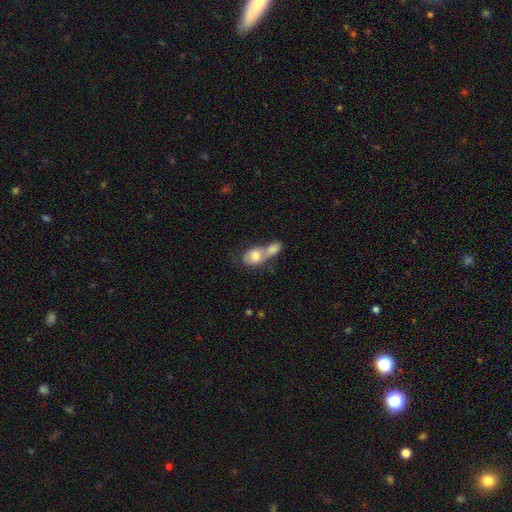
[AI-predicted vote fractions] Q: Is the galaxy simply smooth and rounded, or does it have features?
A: smooth — 74%.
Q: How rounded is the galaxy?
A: in between — 65%.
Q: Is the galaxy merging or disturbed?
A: merger — 75%.